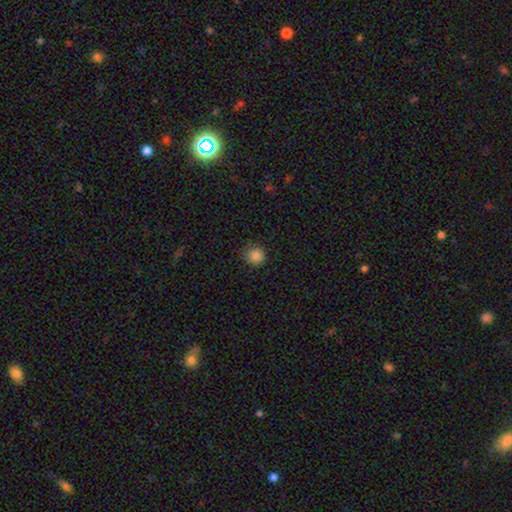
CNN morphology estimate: A smooth galaxy with no disk features (85%) that is round (90%). Merging: none (80%).